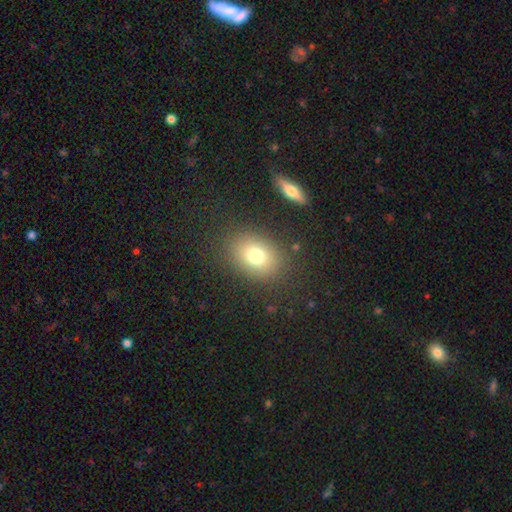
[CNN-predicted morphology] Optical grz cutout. It shows a smooth galaxy with no disk features (75%) that is in between round and cigar-shaped (66%). Merging: none (84%).